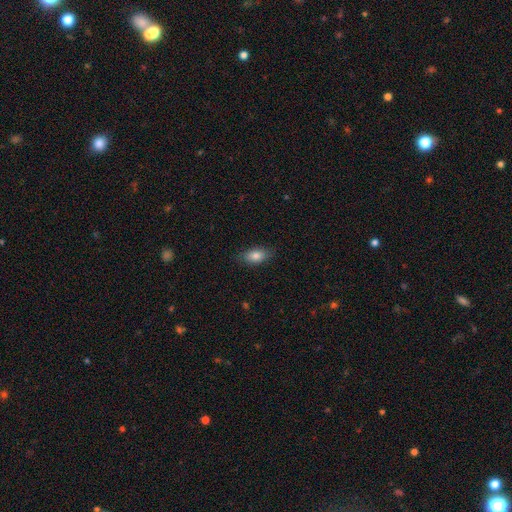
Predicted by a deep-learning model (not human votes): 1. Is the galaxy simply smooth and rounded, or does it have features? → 83% smooth, 9% featured or disk, 8% star or artifact.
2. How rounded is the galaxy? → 88% in between, 7% round, 5% cigar-shaped.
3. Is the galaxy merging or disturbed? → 83% none, 13% minor disturbance, 3% major disturbance, 1% merger.